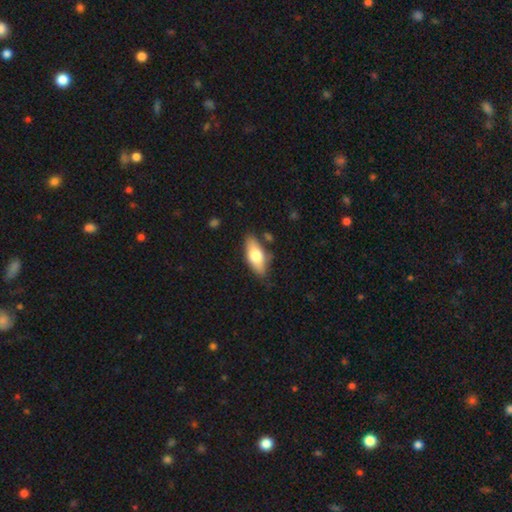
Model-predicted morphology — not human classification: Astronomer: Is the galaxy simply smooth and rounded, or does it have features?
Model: smooth — 67%.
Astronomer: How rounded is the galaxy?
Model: in between — 78%.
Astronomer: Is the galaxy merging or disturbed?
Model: none — 77%.